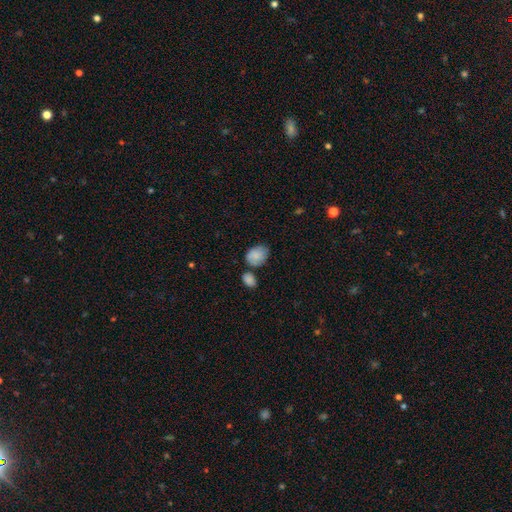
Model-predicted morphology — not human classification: type=smooth (83%); roundness=in between (71%); merging=none (52%).